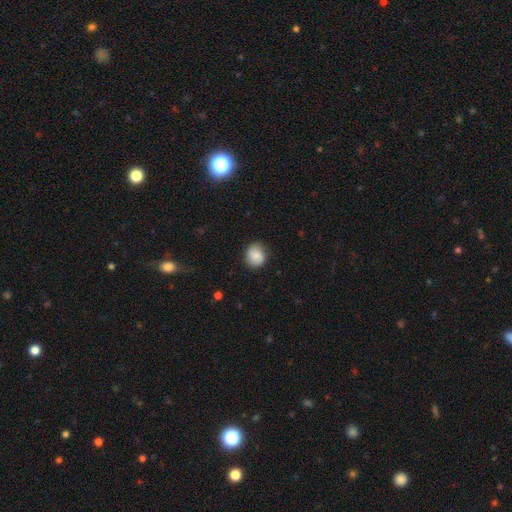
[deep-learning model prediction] Smooth or featured?
  - smooth: 82% *
  - featured or disk: 10%
  - star or artifact: 8%
How rounded?
  - round: 78% *
  - in between: 21%
  - cigar-shaped: 1%
Merging?
  - none: 82% *
  - minor disturbance: 14%
  - major disturbance: 3%
  - merger: 1%